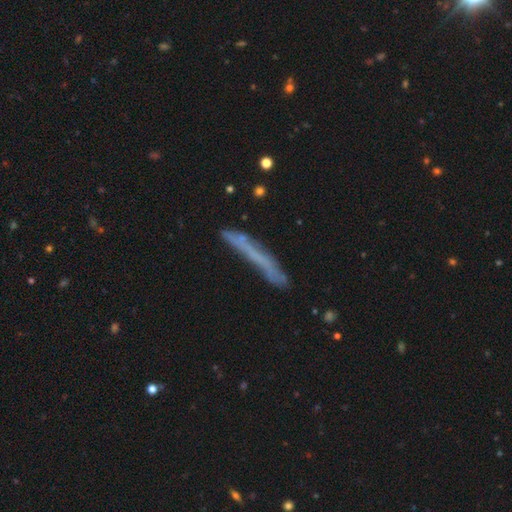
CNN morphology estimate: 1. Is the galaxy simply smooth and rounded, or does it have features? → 50% smooth, 39% featured or disk, 11% star or artifact.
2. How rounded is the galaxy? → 95% cigar-shaped, 3% in between, 2% round.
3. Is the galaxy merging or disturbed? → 72% none, 18% minor disturbance, 6% major disturbance, 4% merger.